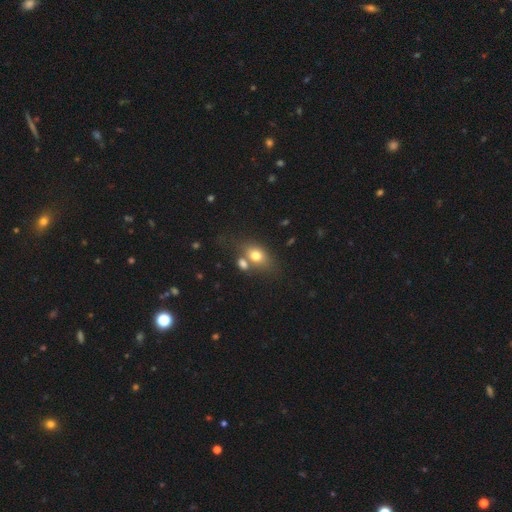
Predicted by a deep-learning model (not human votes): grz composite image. It shows a smooth galaxy with no disk features (74%) that is in between round and cigar-shaped (71%). Merging: none (45%).